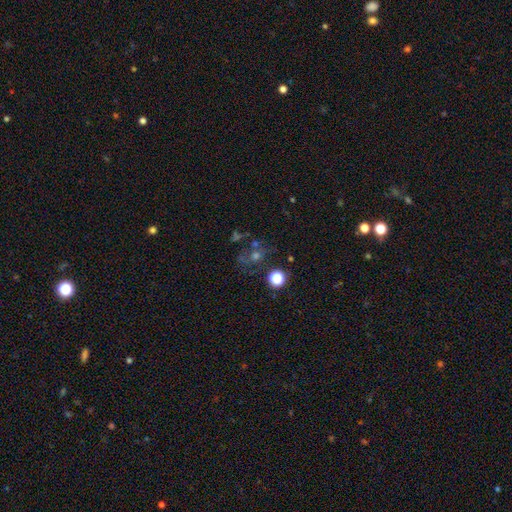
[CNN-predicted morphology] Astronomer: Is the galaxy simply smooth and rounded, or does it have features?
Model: star or artifact — 39% (runner-up: smooth, 31%).